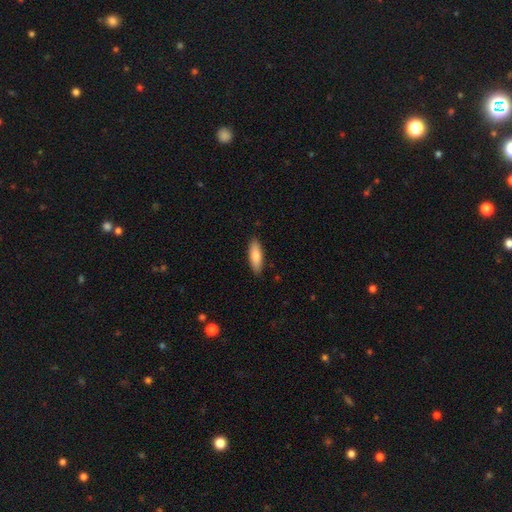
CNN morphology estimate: This is clearly a smooth galaxy (82%). How rounded: possibly in between (51%). Merging: clearly none (88%).